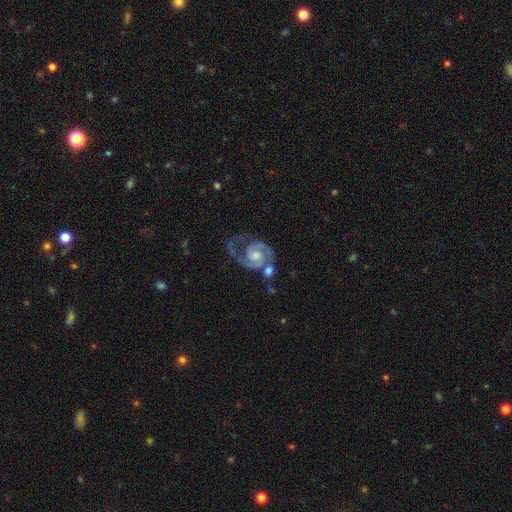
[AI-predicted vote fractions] A featured or disk galaxy (89%) with no bar (66%), 2 (87%) medium (49%) spiral arms (97%) and a moderate central bulge (48%). Merging: none (41%).